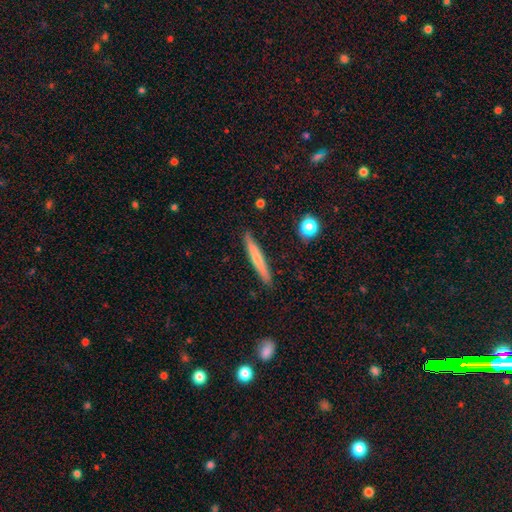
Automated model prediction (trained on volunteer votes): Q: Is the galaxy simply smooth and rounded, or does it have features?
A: smooth — 57%.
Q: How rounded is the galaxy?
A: cigar-shaped — 95%.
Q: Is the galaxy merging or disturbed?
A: none — 89%.